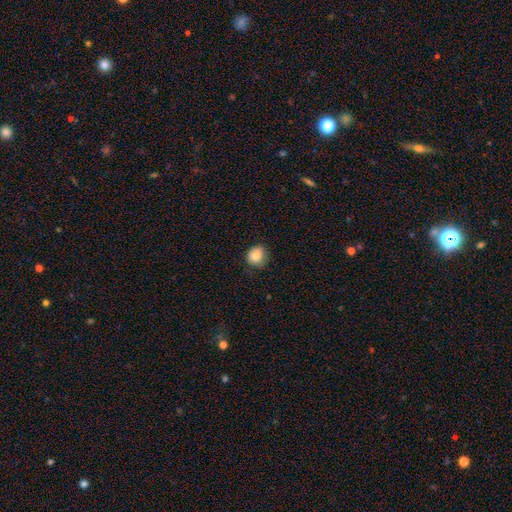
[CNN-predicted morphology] A smooth galaxy with no disk features (85%) that is round (81%). Merging: none (70%).